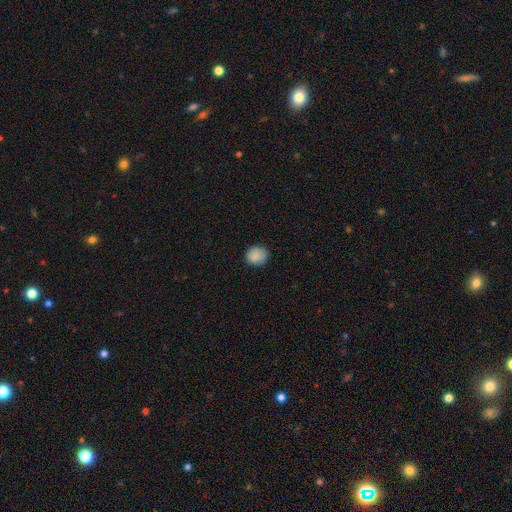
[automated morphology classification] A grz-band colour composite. It shows a smooth galaxy with no disk features (87%) that is round (79%). Merging: none (84%).